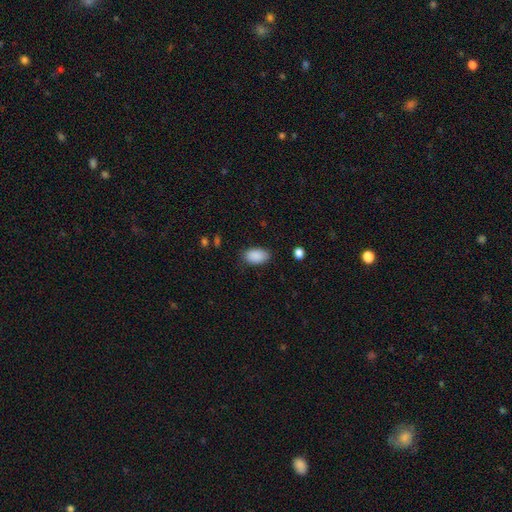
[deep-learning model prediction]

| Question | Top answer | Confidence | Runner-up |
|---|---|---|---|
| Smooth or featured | smooth | 90% | star or artifact (7%) |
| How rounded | in between | 93% | round (6%) |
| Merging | none | 83% | minor disturbance (12%) |